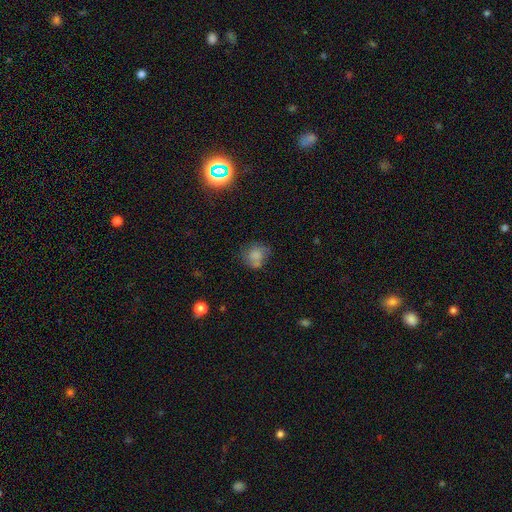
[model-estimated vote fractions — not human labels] This is likely a smooth galaxy (73%). How rounded: likely round (72%). Merging: possibly none (53%).